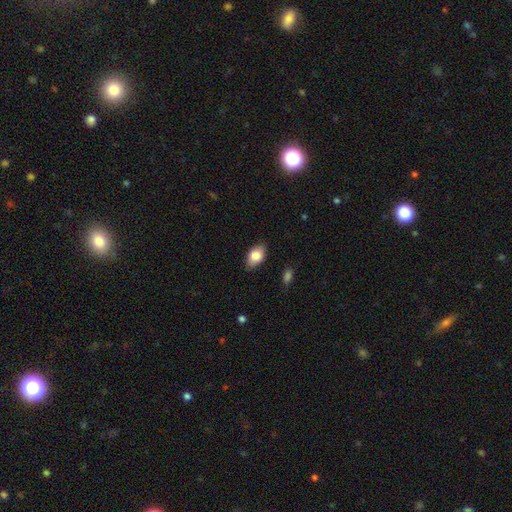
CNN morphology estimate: Smooth or featured?
  - smooth: 83% *
  - featured or disk: 10%
  - star or artifact: 7%
How rounded?
  - in between: 90% *
  - round: 8%
  - cigar-shaped: 2%
Merging?
  - none: 83% *
  - minor disturbance: 13%
  - major disturbance: 2%
  - merger: 1%